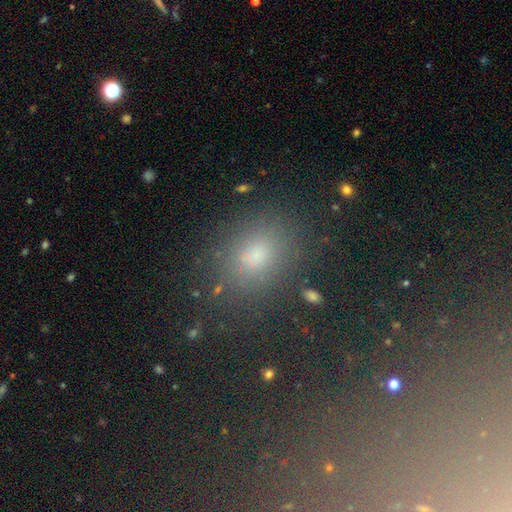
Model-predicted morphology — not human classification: The model was most divided on "how rounded": in between: 61%, round: 37%, cigar-shaped: 2%. More confident: merging — none (79%); smooth or featured — smooth (74%).